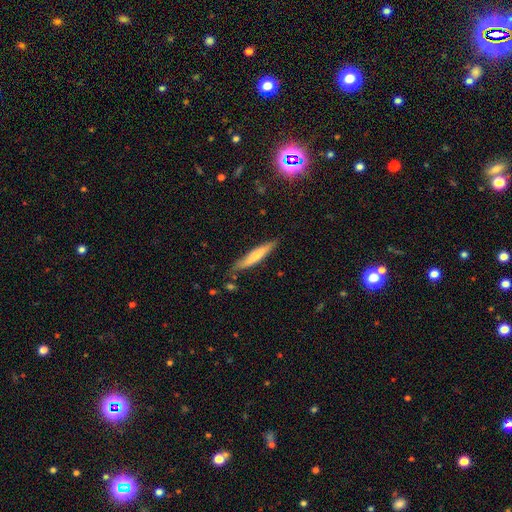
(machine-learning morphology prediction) This is likely a smooth galaxy (62%). How rounded: clearly cigar-shaped (90%). Merging: likely none (79%).